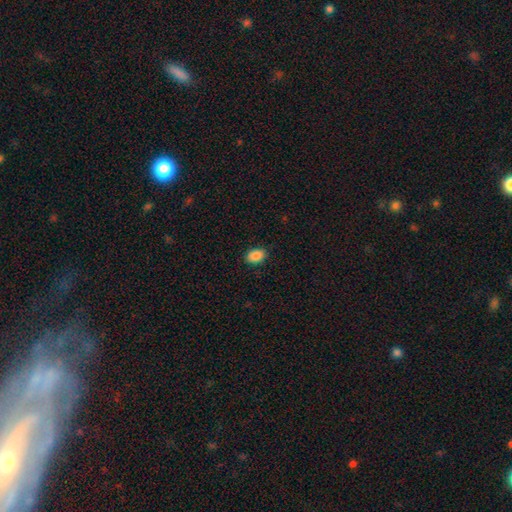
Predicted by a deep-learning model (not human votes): Smooth or featured? Predicted: smooth (p=0.88). How rounded? Predicted: in between (p=0.84). Merging? Predicted: none (p=0.89).